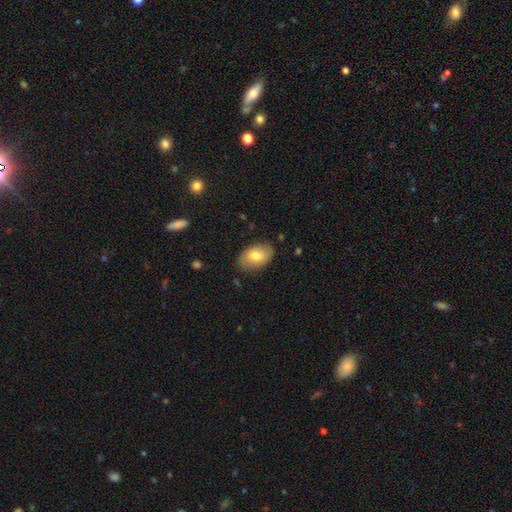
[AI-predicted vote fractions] A smooth galaxy with no disk features (75%) that is in between round and cigar-shaped (89%). Merging: none (83%).